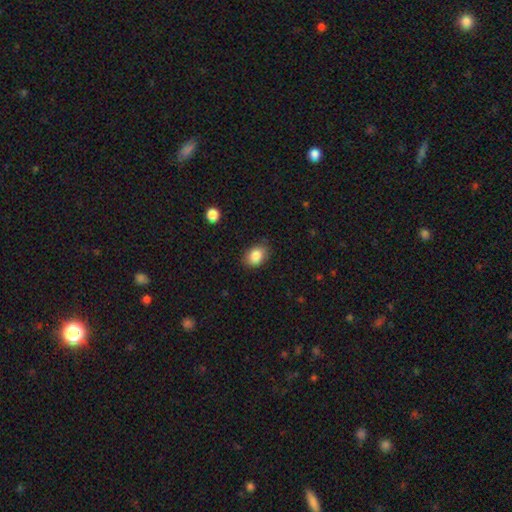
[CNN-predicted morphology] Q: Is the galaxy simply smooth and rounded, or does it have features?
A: smooth — 86%.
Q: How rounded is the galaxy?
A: in between — 72%.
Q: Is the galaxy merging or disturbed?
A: none — 82%.